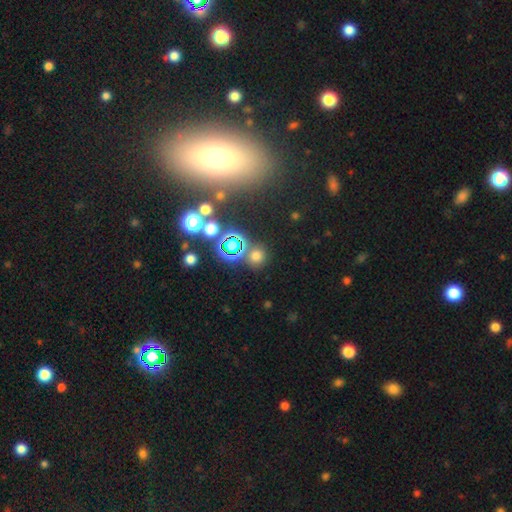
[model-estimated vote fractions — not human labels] Smooth or featured: smooth — 63% (star or artifact — 30%)
How rounded: round — 86% (in between — 12%)
Merging: none — 78% (merger — 9%)